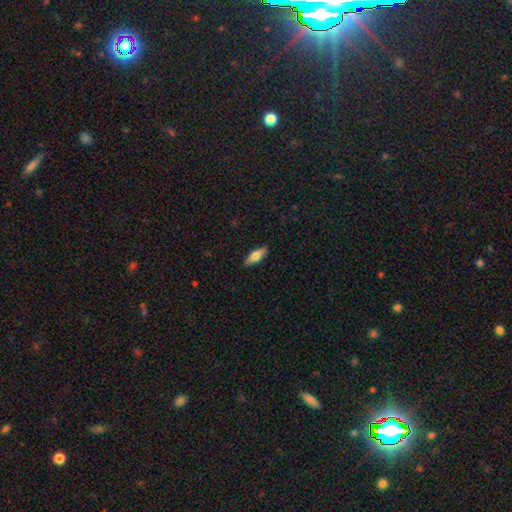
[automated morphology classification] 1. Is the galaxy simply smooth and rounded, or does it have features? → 59% smooth, 35% featured or disk, 6% star or artifact.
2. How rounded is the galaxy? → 58% in between, 39% cigar-shaped, 3% round.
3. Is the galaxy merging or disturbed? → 89% none, 8% minor disturbance, 2% major disturbance, 1% merger.